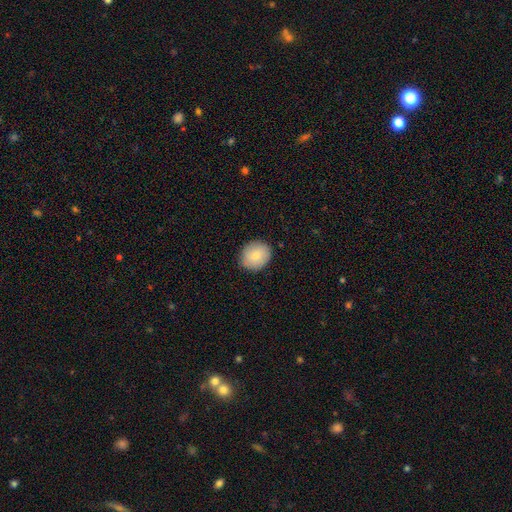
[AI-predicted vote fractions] Smooth or featured?
  - smooth: 82% *
  - featured or disk: 11%
  - star or artifact: 7%
How rounded?
  - round: 73% *
  - in between: 27%
  - cigar-shaped: 1%
Merging?
  - none: 87% *
  - minor disturbance: 10%
  - major disturbance: 2%
  - merger: 1%